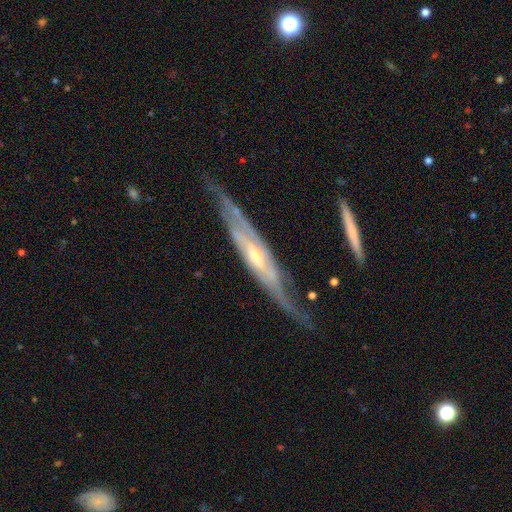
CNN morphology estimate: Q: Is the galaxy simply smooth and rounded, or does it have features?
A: featured or disk — 87%.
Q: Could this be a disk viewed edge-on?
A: no — 52%.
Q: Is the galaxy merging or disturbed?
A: none — 70%.